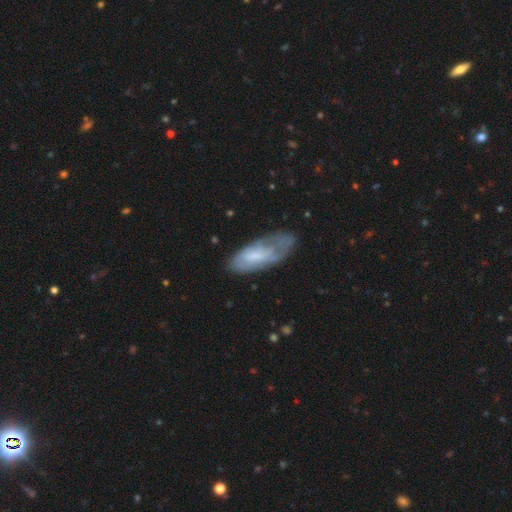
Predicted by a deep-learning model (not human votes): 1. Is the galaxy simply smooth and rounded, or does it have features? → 49% smooth, 44% featured or disk, 7% star or artifact.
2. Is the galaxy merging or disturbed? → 48% none, 31% minor disturbance, 18% major disturbance, 3% merger.